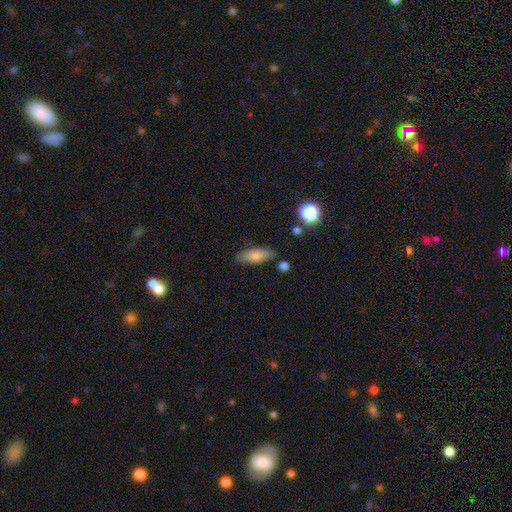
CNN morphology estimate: smooth 74%, featured or disk 19%, star or artifact 8%. Down the decision tree: how rounded — in between (61%); merging — none (78%).